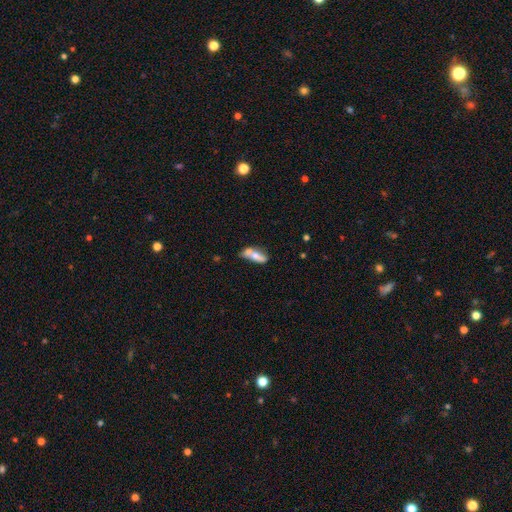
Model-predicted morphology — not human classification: Smooth or featured? smooth (56%)
How rounded? in between (61%)
Merging? none (38%)